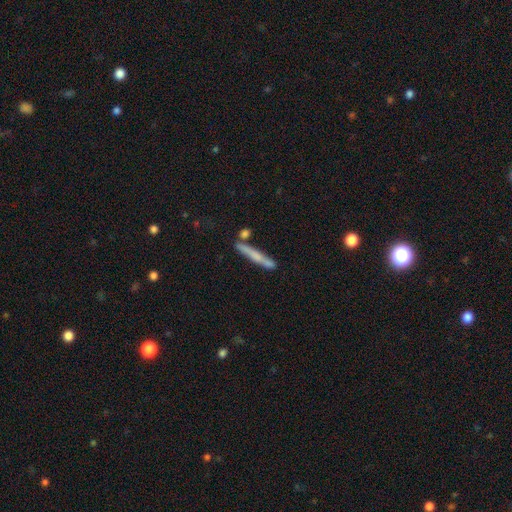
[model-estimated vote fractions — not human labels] Q: Smooth or featured?
A: smooth (50%); runner-up: featured or disk (42%)
Q: How rounded?
A: cigar-shaped (94%); runner-up: in between (4%)
Q: Merging?
A: none (74%); runner-up: minor disturbance (14%)